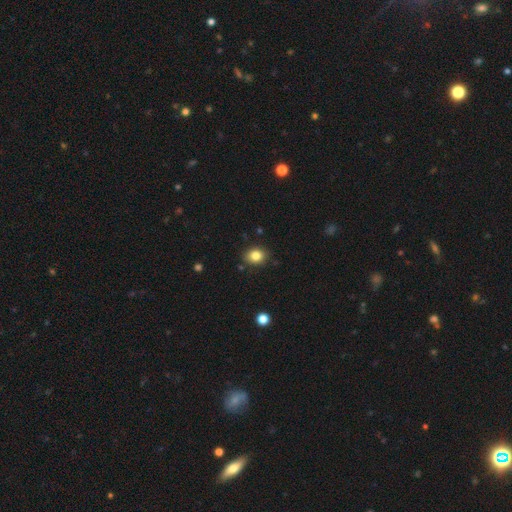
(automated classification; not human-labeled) Overall: smooth (83%). How rounded: round (52%; in between 47%). Merging: none (86%).